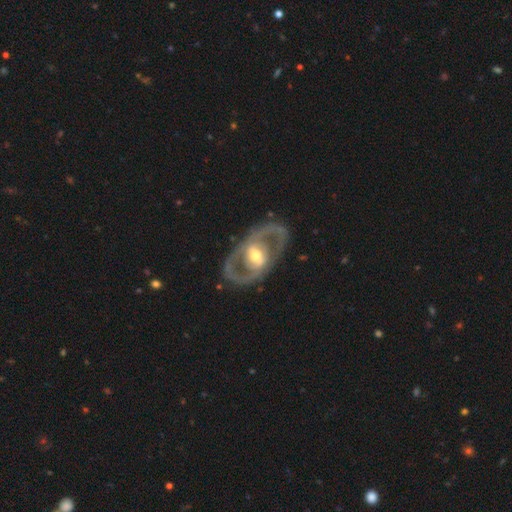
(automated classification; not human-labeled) Smooth or featured: featured or disk — 79% (smooth — 16%)
Edge-on disk: no — 92% (yes — 8%)
Bar: weak — 36% (no — 32%)
Spiral arms: yes — 54% (no — 46%)
Bulge size: moderate — 68% (small — 17%)
Merging: none — 78% (minor disturbance — 12%)